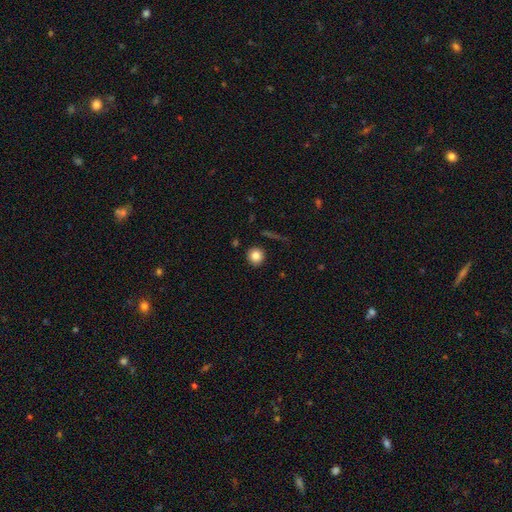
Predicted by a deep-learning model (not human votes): smooth-or-featured: smooth: 83% | star or artifact: 10% | featured or disk: 7%
  how-rounded: round: 93% | in between: 6% | cigar-shaped: 1%
  merging: none: 89% | minor disturbance: 7% | major disturbance: 2% | merger: 2%